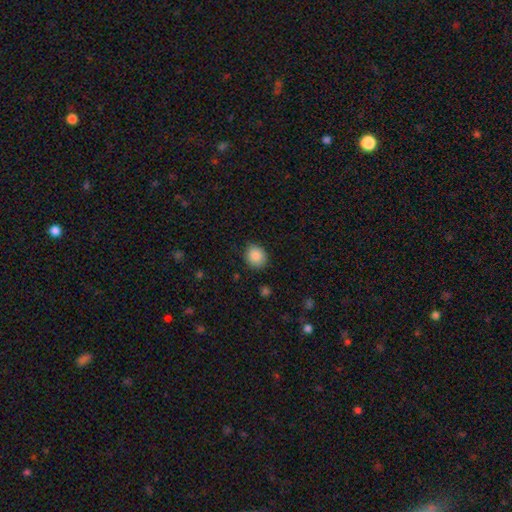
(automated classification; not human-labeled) This appears to be a smooth galaxy with no disk features (88%) that is round (70%). Merging: none (85%).